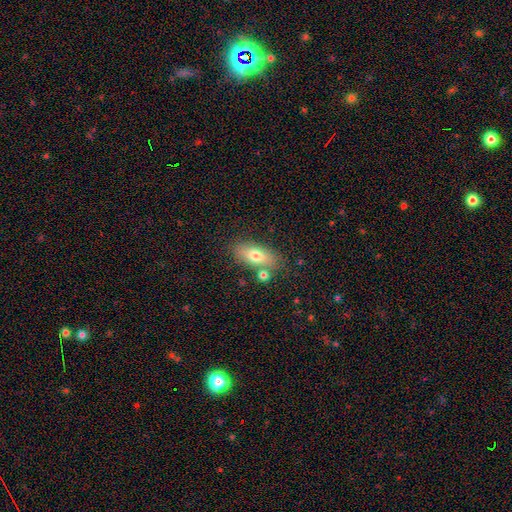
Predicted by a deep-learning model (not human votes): smooth-or-featured: smooth: 72% | featured or disk: 20% | star or artifact: 8%
  how-rounded: in between: 83% | cigar-shaped: 12% | round: 5%
  merging: none: 72% | minor disturbance: 13% | merger: 12% | major disturbance: 4%